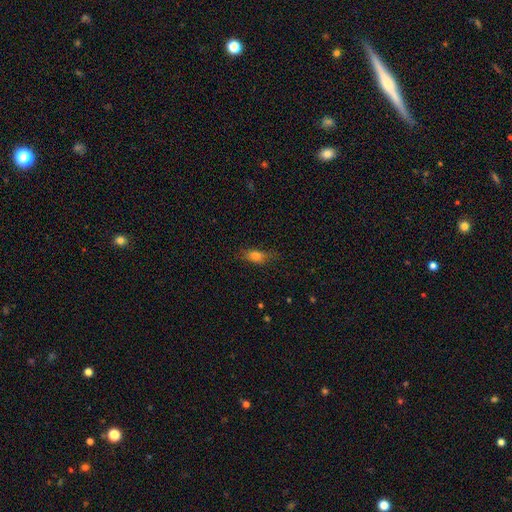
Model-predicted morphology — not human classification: Smooth or featured: smooth — 70% (featured or disk — 19%)
How rounded: in between — 67% (cigar-shaped — 23%)
Merging: none — 74% (minor disturbance — 19%)